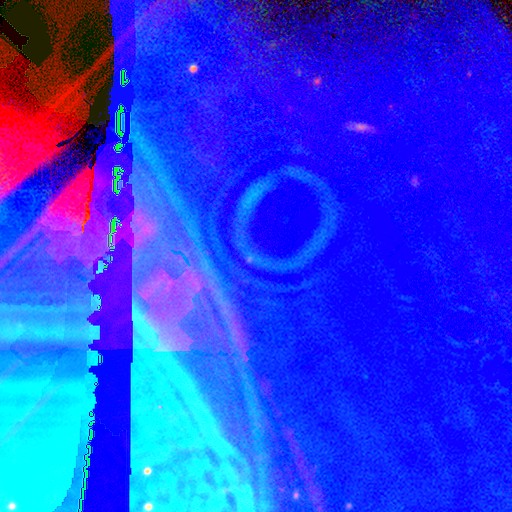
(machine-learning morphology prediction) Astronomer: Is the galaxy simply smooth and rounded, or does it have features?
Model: star or artifact — 86%.